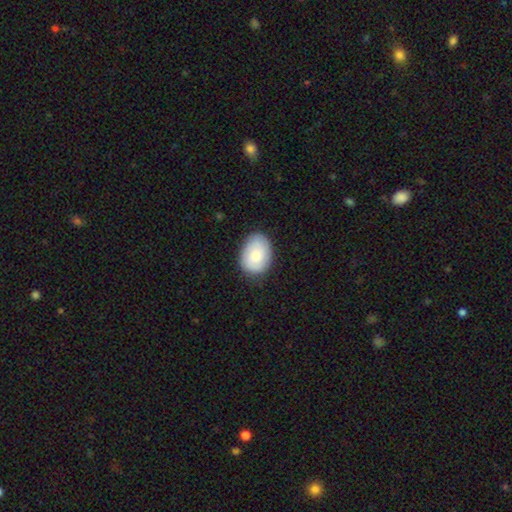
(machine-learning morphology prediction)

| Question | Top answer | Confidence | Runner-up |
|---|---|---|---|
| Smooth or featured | smooth | 74% | featured or disk (19%) |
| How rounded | in between | 70% | round (29%) |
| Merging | none | 80% | minor disturbance (15%) |